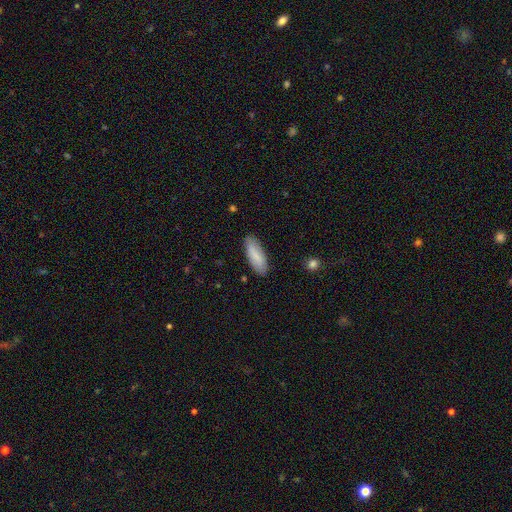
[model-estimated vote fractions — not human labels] A smooth galaxy with no disk features (81%) that is in between round and cigar-shaped (67%).

Vote fractions:
- Smooth or featured? smooth: 81% / featured or disk: 13% / star or artifact: 6%
- How rounded? in between: 67% / cigar-shaped: 31% / round: 2%
- Merging? none: 85% / minor disturbance: 12% / major disturbance: 2% / merger: 1%